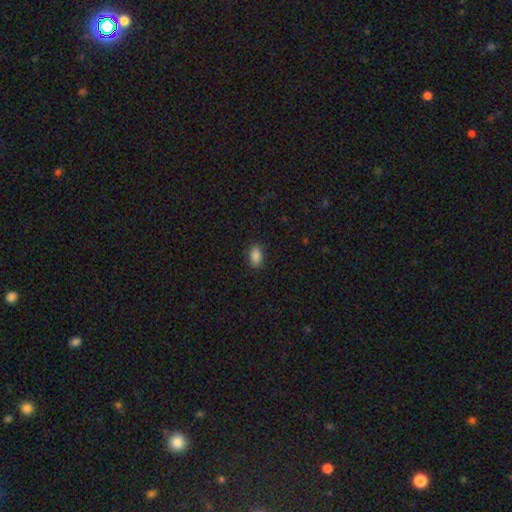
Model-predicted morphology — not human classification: This is clearly a smooth galaxy (88%). How rounded: clearly in between (91%). Merging: clearly none (88%).